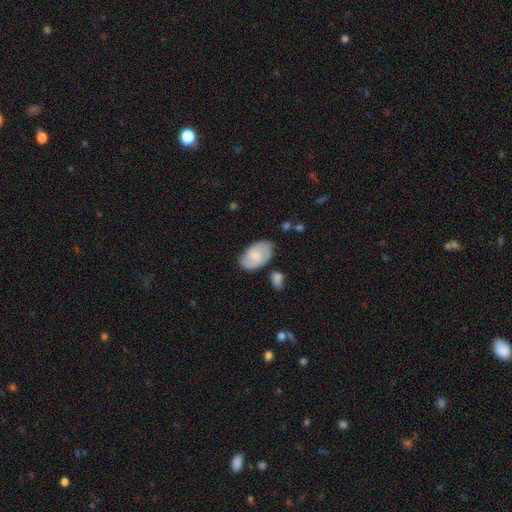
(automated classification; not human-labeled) Q: Smooth or featured?
A: smooth (52%); runner-up: featured or disk (41%)
Q: How rounded?
A: in between (93%); runner-up: round (6%)
Q: Merging?
A: none (67%); runner-up: minor disturbance (21%)